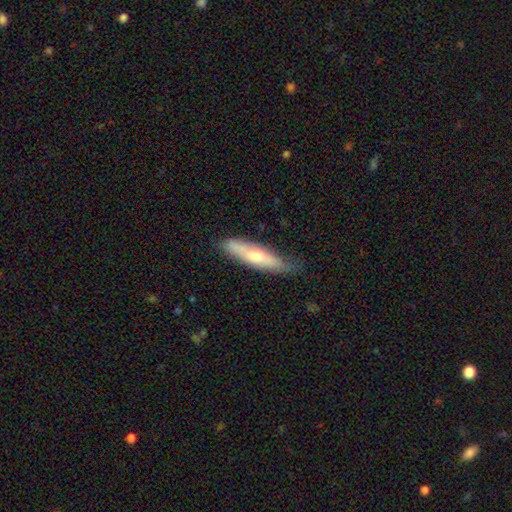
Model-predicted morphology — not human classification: A smooth galaxy with no disk features (57%) that is cigar-shaped (77%).

Vote fractions:
- Smooth or featured? smooth: 57% / featured or disk: 37% / star or artifact: 6%
- How rounded? cigar-shaped: 77% / in between: 22% / round: 2%
- Merging? none: 69% / minor disturbance: 24% / major disturbance: 5% / merger: 2%